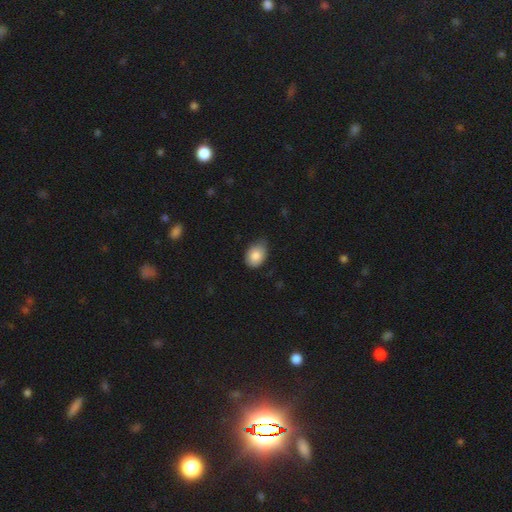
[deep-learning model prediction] Morphology: type=smooth (84%); roundness=in between (74%); merging=none (61%).